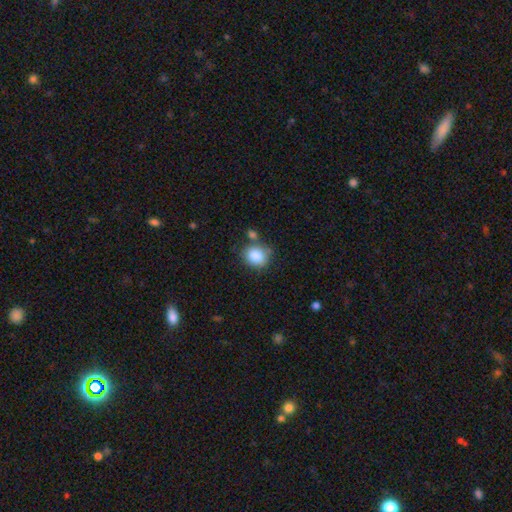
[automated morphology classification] Smooth or featured? smooth (85%)
How rounded? round (63%)
Merging? none (64%)